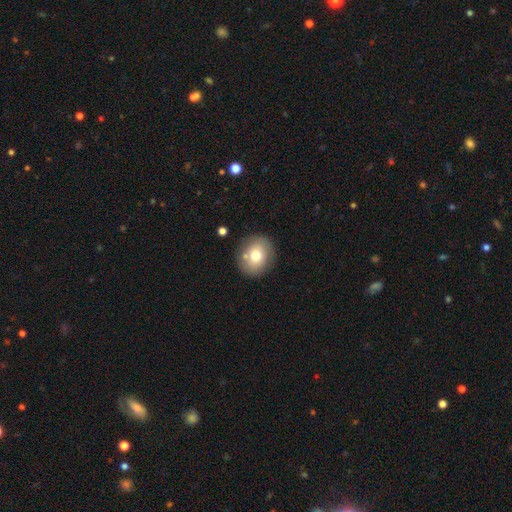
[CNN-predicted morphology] This appears to be a smooth galaxy with no disk features (74%) that is round (72%). Merging: none (80%).